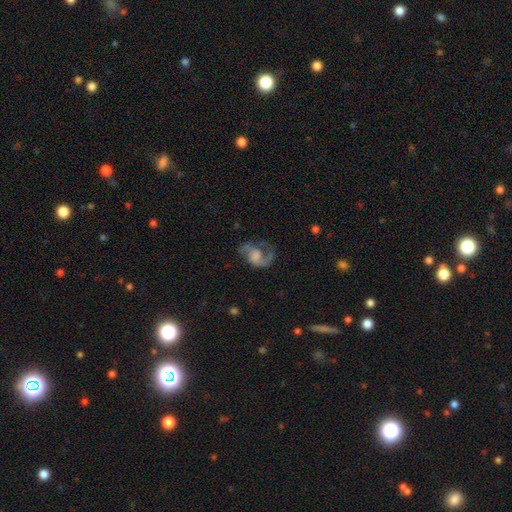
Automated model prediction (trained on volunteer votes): smooth_or_featured: featured or disk (p=0.80) [alt: smooth p=0.13]
disk_edge_on: no (p=0.98) [alt: yes p=0.02]
bar: no (p=0.54) [alt: weak p=0.37]
has_spiral_arms: yes (p=0.93) [alt: no p=0.07]
spiral_winding: medium (p=0.47) [alt: loose p=0.41]
spiral_arm_count: 2 (p=0.81) [alt: 1 p=0.12]
bulge_size: none (p=0.35) [alt: large p=0.25]
merging: none (p=0.60) [alt: major disturbance p=0.19]